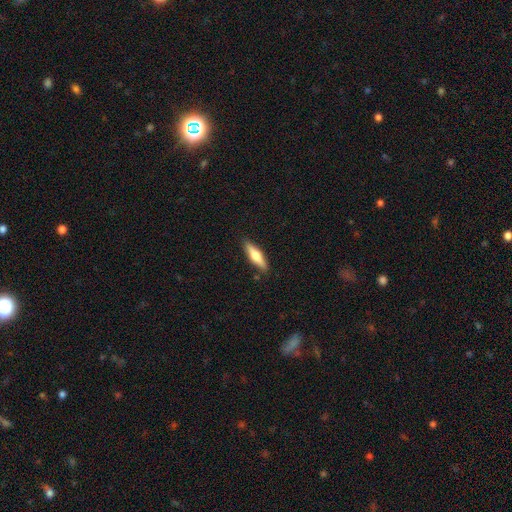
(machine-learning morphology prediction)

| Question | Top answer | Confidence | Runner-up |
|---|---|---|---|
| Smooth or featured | smooth | 53% | featured or disk (42%) |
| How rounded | cigar-shaped | 68% | in between (30%) |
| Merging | none | 88% | minor disturbance (9%) |